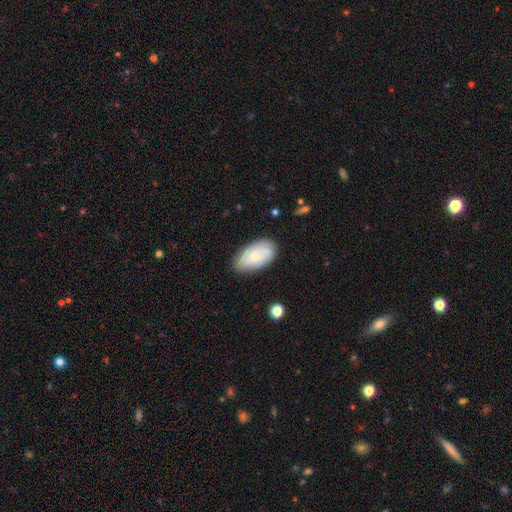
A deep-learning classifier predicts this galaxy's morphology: This appears to be a smooth galaxy with no disk features (57%) that is in between round and cigar-shaped (93%). Merging: none (75%).